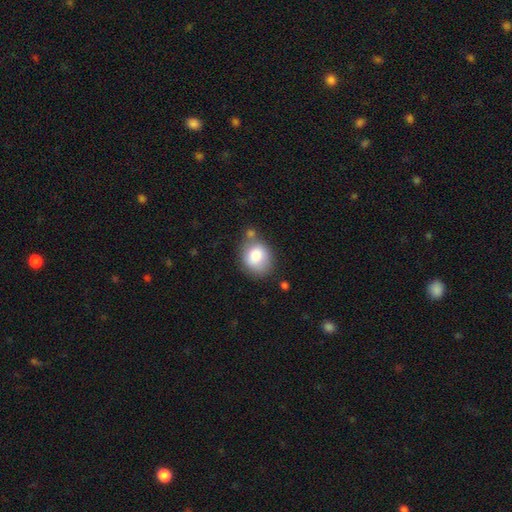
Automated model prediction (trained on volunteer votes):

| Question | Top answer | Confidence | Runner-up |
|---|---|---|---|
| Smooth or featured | smooth | 80% | featured or disk (11%) |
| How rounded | round | 59% | in between (40%) |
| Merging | none | 59% | minor disturbance (21%) |